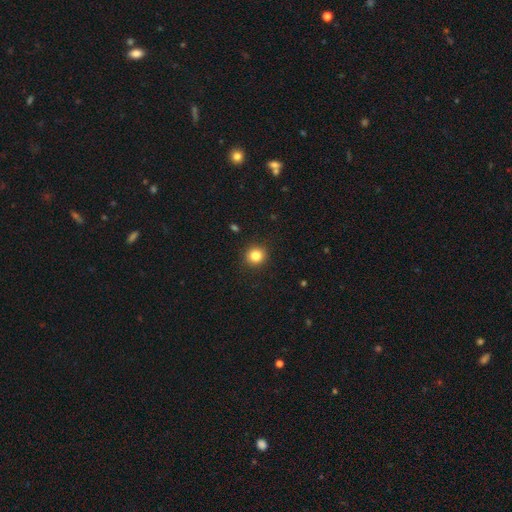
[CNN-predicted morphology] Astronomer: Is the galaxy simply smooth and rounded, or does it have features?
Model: smooth — 83%.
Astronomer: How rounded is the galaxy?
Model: round — 91%.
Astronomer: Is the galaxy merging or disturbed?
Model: none — 92%.